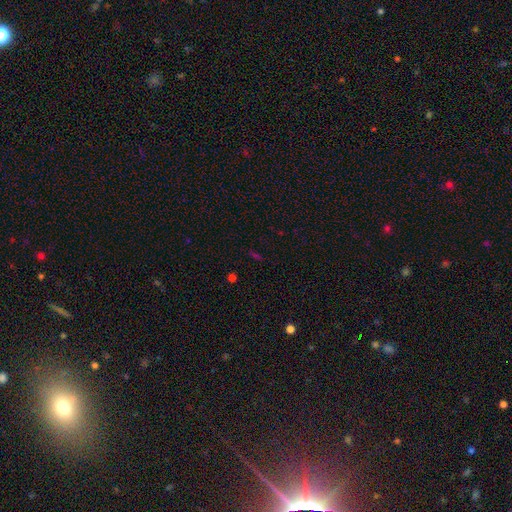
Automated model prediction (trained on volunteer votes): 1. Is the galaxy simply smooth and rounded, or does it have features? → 50% star or artifact, 39% smooth, 11% featured or disk.